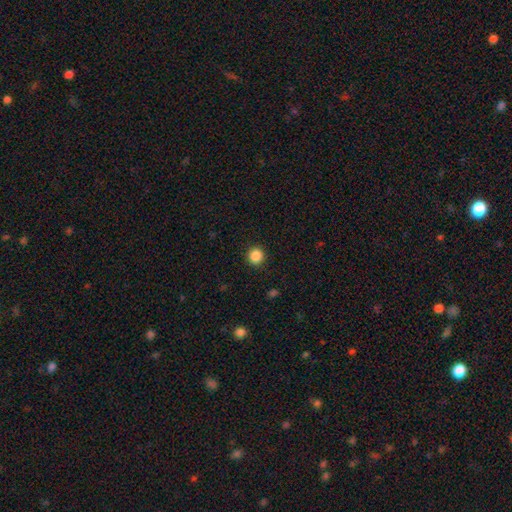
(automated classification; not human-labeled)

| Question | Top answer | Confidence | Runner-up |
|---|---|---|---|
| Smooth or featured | smooth | 87% | star or artifact (10%) |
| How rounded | round | 92% | in between (7%) |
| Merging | none | 91% | minor disturbance (6%) |